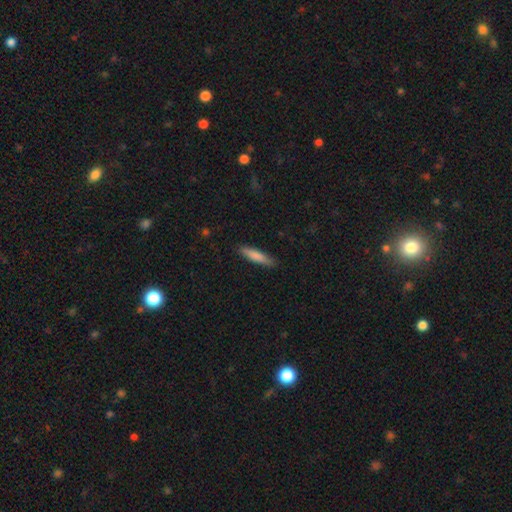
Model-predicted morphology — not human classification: smooth-or-featured: smooth: 80% | featured or disk: 15% | star or artifact: 6%
  how-rounded: cigar-shaped: 83% | in between: 15% | round: 1%
  merging: none: 85% | minor disturbance: 11% | major disturbance: 2% | merger: 1%